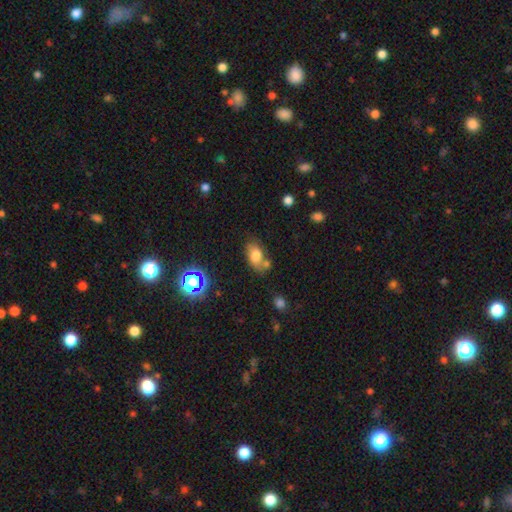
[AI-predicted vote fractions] Overall: smooth (71%). How rounded: in between (86%). Merging: none (54%; merger 21%).